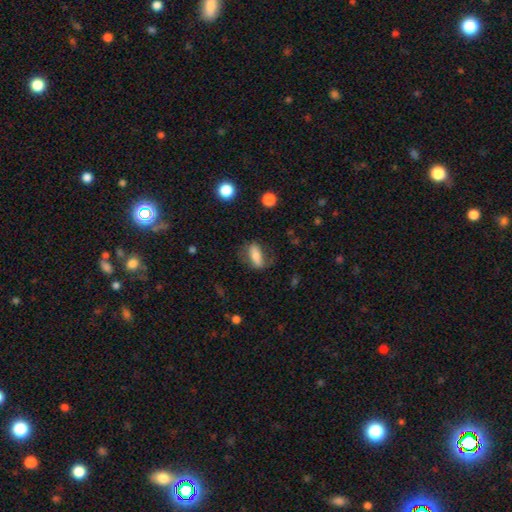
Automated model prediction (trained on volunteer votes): Overall: smooth (66%). How rounded: in between (67%; cigar-shaped 29%). Merging: none (66%).